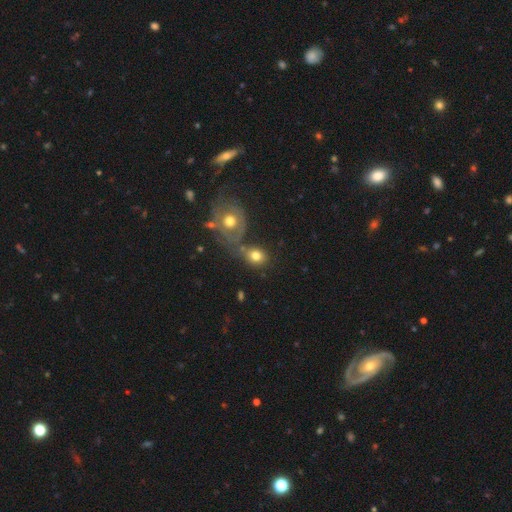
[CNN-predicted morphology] smooth 74%, featured or disk 16%, star or artifact 10%. Down the decision tree: how rounded — round (52%); merging — none (49%).